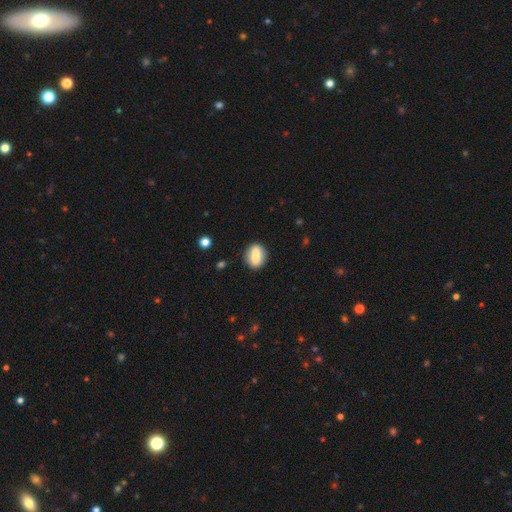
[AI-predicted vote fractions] Morphology: type=smooth (70%); roundness=in between (61%); merging=none (88%).